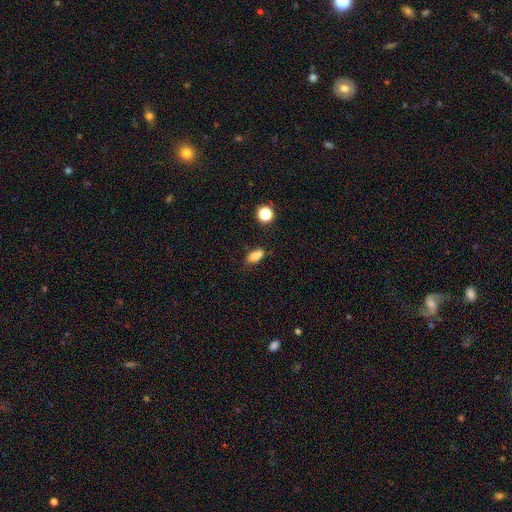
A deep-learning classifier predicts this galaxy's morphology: smooth_or_featured: smooth (p=0.79) [alt: star or artifact p=0.13]
how_rounded: in between (p=0.82) [alt: round p=0.11]
merging: none (p=0.59) [alt: minor disturbance p=0.24]